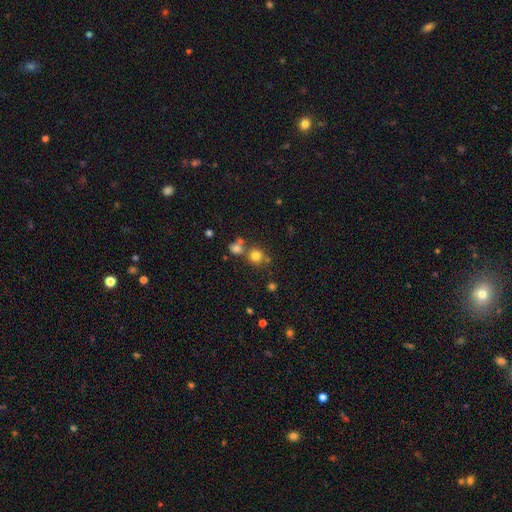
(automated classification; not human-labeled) The model was most divided on "merging": none: 65%, merger: 23%, minor disturbance: 9%, major disturbance: 4%. More confident: how rounded — round (89%); smooth or featured — smooth (77%).